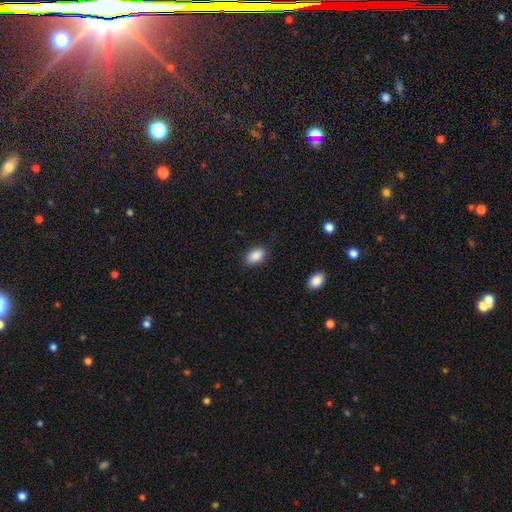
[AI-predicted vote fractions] Smooth or featured: smooth — 88% (star or artifact — 8%)
How rounded: in between — 90% (round — 8%)
Merging: none — 84% (minor disturbance — 12%)